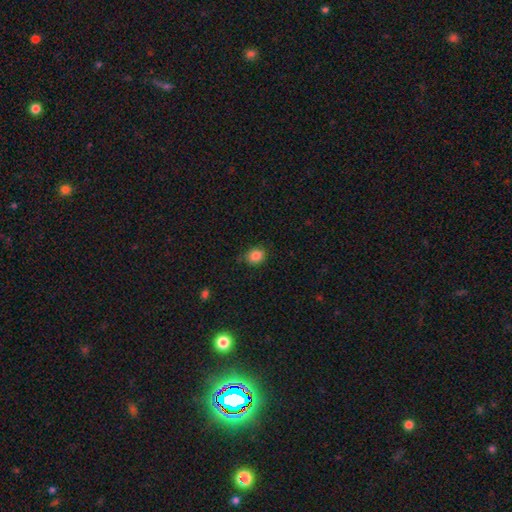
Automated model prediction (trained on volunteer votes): A smooth galaxy with no disk features (85%) that is round (55%). Merging: none (79%).